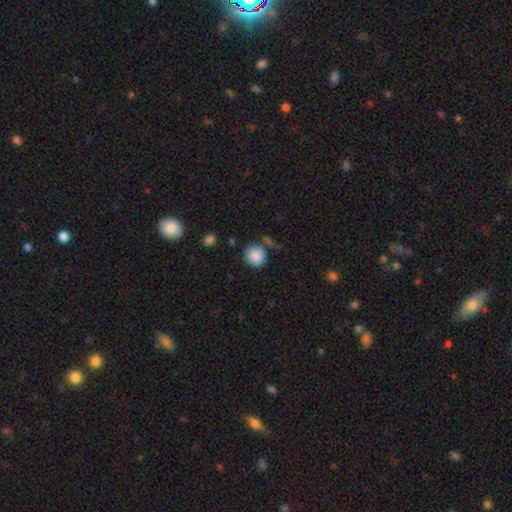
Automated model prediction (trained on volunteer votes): This appears to be a smooth galaxy with no disk features (88%) that is round (88%). Merging: none (76%).